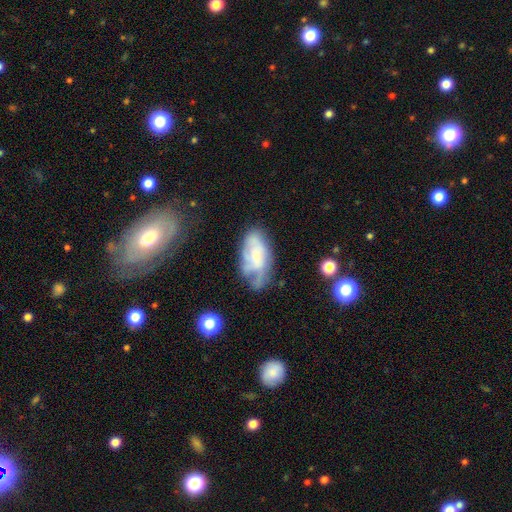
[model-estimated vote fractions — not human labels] A featured or disk galaxy (56%) with no bar (69%), spiral arms (66%) and a small central bulge (56%).

Vote fractions:
- Smooth or featured? featured or disk: 56% / smooth: 35% / star or artifact: 8%
- Edge-on disk? no: 92% / yes: 8%
- Bar? no: 69% / weak: 26% / strong: 6%
- Spiral arms? yes: 66% / no: 34%
- Bulge size? small: 56% / moderate: 27% / none: 12% / large: 4% / dominant: 1%
- Merging? none: 44% / minor disturbance: 30% / major disturbance: 20% / merger: 5%